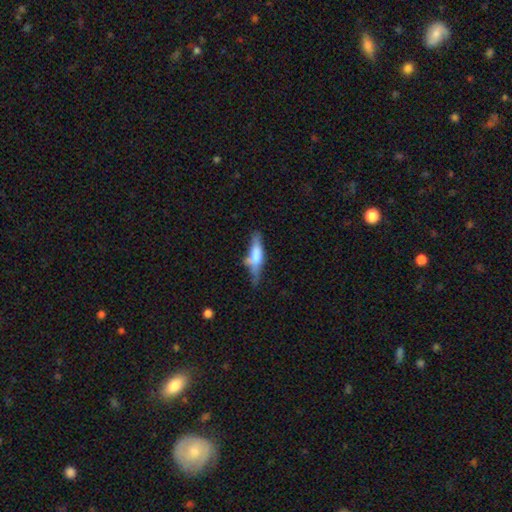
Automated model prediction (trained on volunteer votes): Smooth or featured: smooth — 57% (featured or disk — 36%)
How rounded: cigar-shaped — 63% (in between — 35%)
Merging: none — 45% (minor disturbance — 30%)